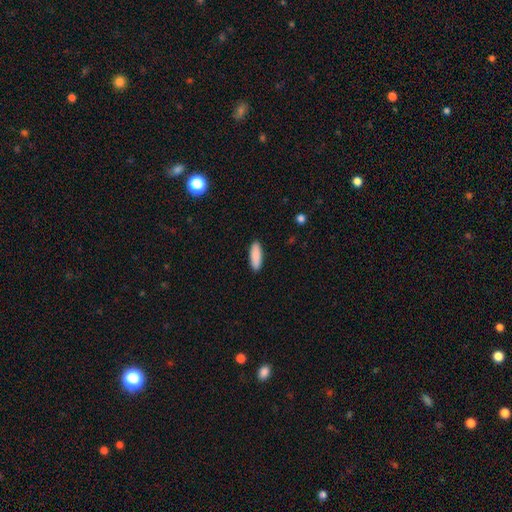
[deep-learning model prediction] This appears to be a smooth galaxy with no disk features (89%) that is in between round and cigar-shaped (60%). Merging: none (91%).